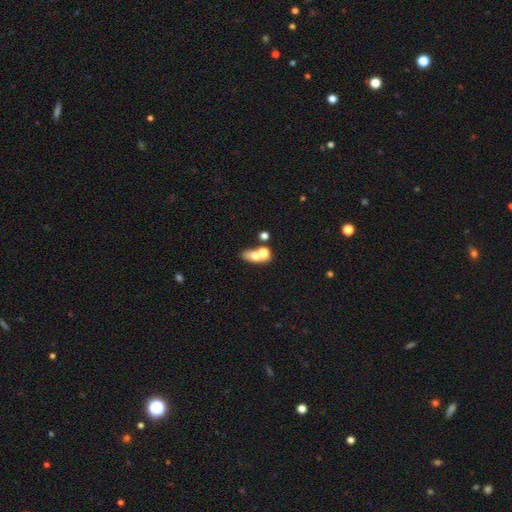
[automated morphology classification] Smooth or featured: smooth — 64% (featured or disk — 23%)
How rounded: in between — 63% (round — 31%)
Merging: merger — 50% (none — 36%)